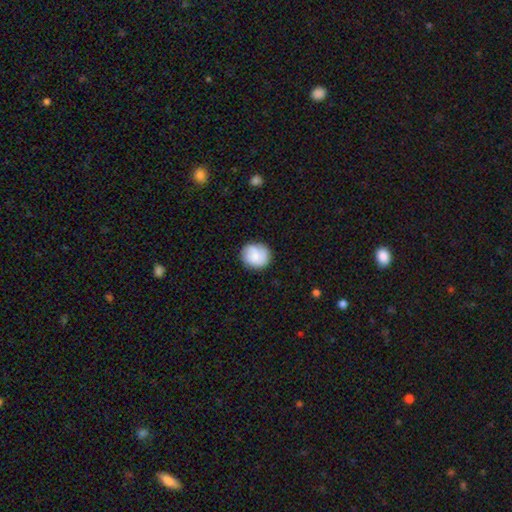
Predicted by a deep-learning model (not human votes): Smooth or featured?
  - smooth: 75% *
  - featured or disk: 18%
  - star or artifact: 7%
How rounded?
  - round: 81% *
  - in between: 18%
  - cigar-shaped: 1%
Merging?
  - none: 79% *
  - minor disturbance: 15%
  - major disturbance: 4%
  - merger: 1%